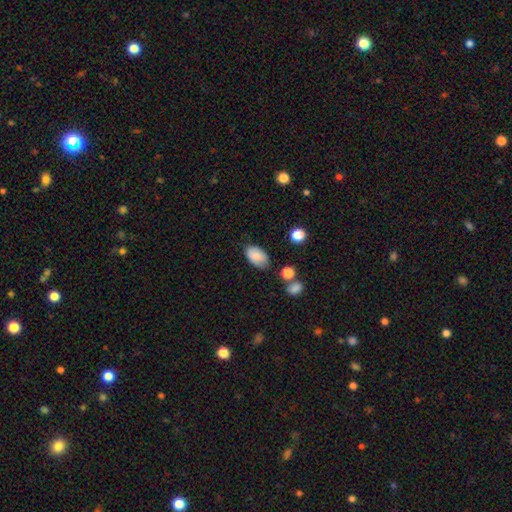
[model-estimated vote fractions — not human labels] A smooth galaxy with no disk features (82%) that is in between round and cigar-shaped (93%). Merging: none (71%).